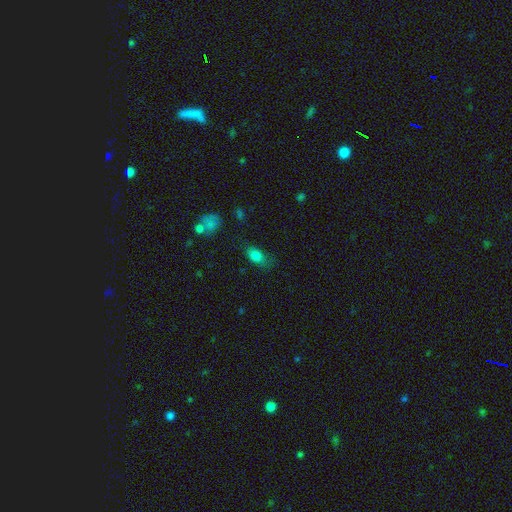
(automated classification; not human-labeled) A smooth galaxy with no disk features (80%) that is in between round and cigar-shaped (80%). Merging: none (63%).